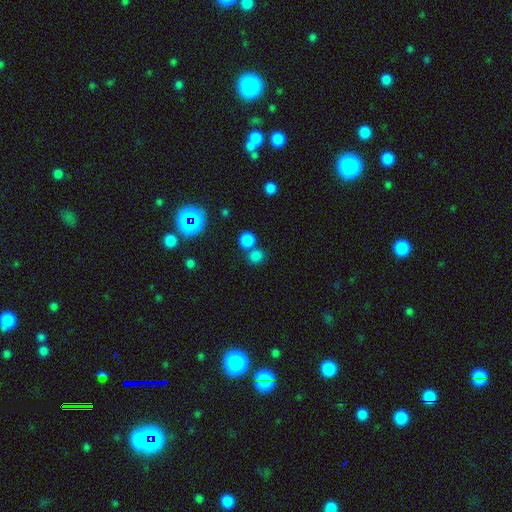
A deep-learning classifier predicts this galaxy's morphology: type=smooth (77%); roundness=round (78%); merging=none (59%).